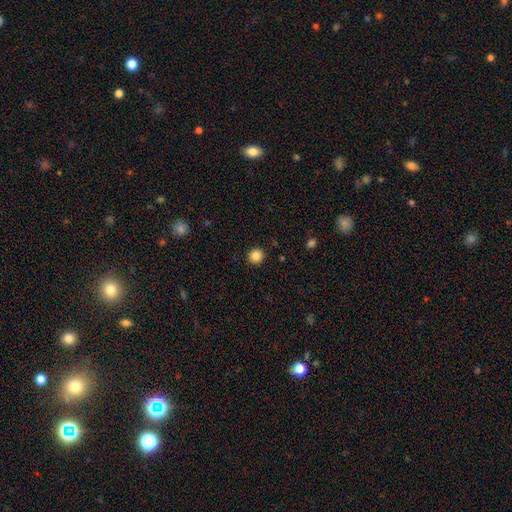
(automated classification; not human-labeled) smooth 85%, star or artifact 11%, featured or disk 4%. Down the decision tree: how rounded — round (95%); merging — none (93%).